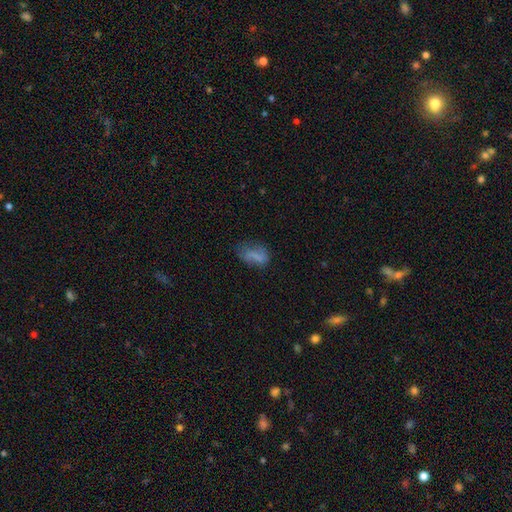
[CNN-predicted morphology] type=smooth (65%); roundness=in between (85%); merging=none (44%).